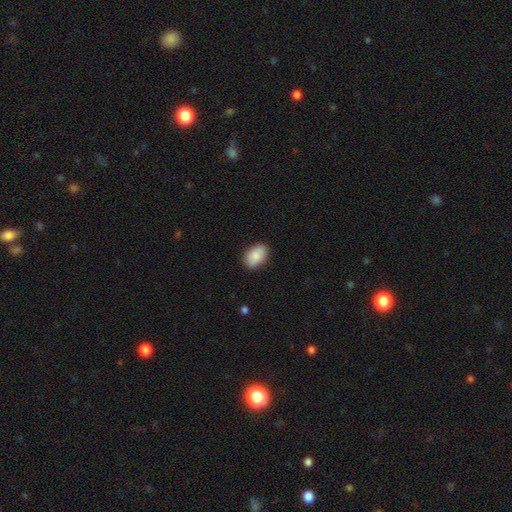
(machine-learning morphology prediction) This appears to be a smooth galaxy with no disk features (87%) that is in between round and cigar-shaped (90%). Merging: none (87%).